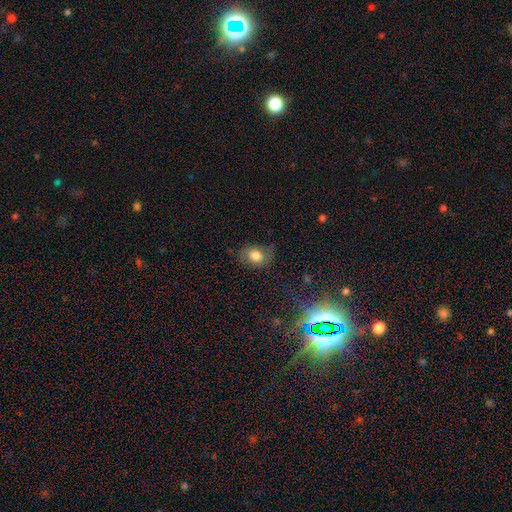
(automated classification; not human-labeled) Smooth or featured: smooth — 74% (featured or disk — 16%)
How rounded: in between — 67% (round — 32%)
Merging: none — 66% (minor disturbance — 23%)